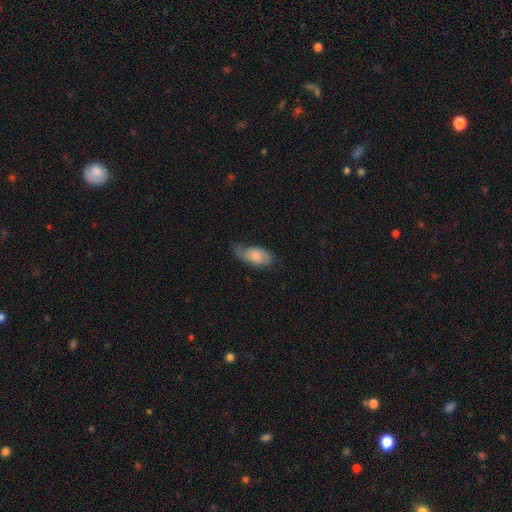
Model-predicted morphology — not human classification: Overall: smooth (71%). How rounded: in between (92%). Merging: none (49%; minor disturbance 37%).